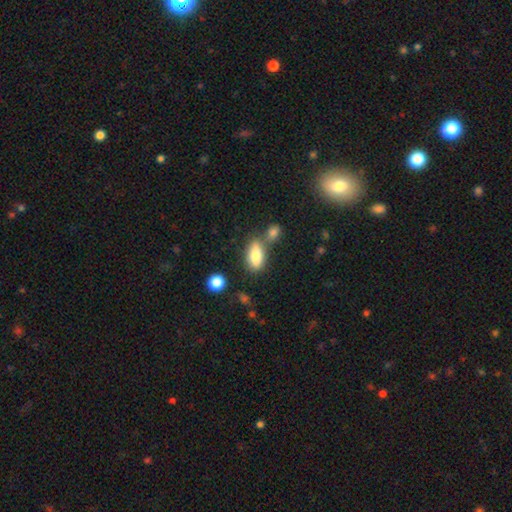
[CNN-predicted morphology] This is clearly a smooth galaxy (80%). How rounded: clearly in between (84%). Merging: possibly none (54%).